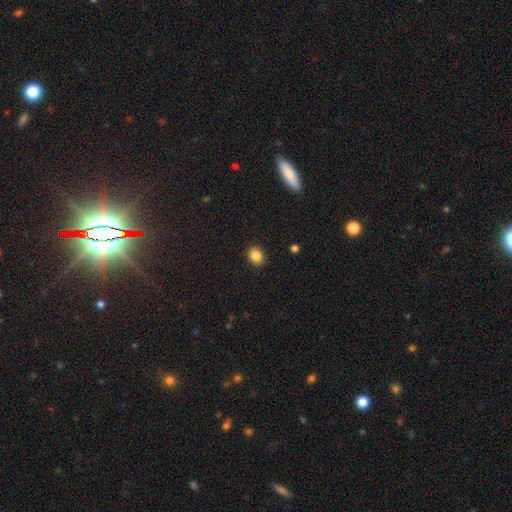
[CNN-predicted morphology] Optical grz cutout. It shows a smooth galaxy with no disk features (86%) that is in between round and cigar-shaped (54%). Merging: none (90%).